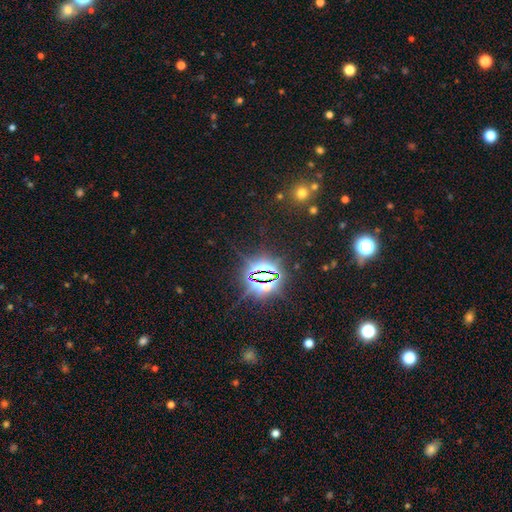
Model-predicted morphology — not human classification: smooth_or_featured: star or artifact (p=0.81) [alt: smooth p=0.12]